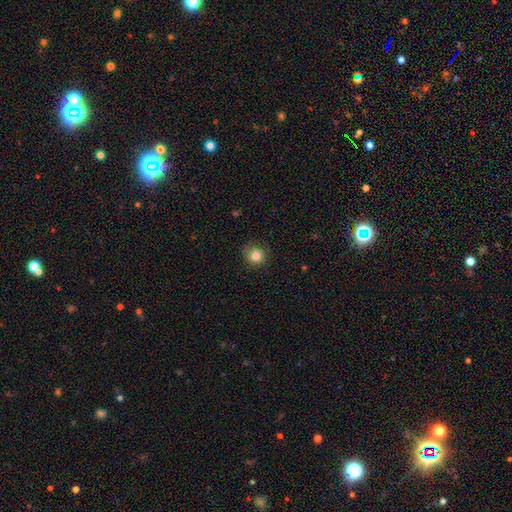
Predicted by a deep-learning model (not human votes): Smooth or featured: smooth — 81% (star or artifact — 11%)
How rounded: round — 90% (in between — 9%)
Merging: none — 79% (minor disturbance — 16%)